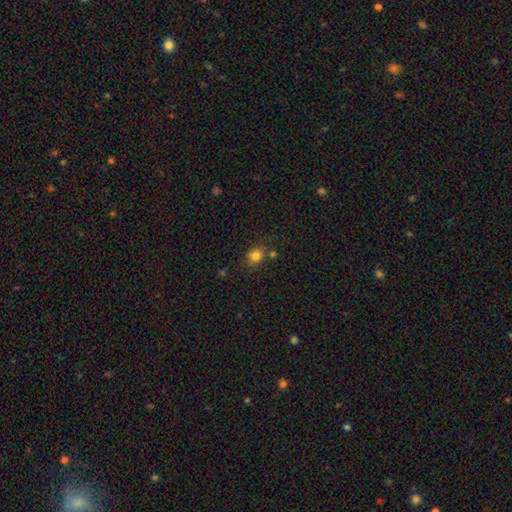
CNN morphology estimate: This is clearly a smooth galaxy (82%). How rounded: likely round (72%). Merging: likely none (74%).